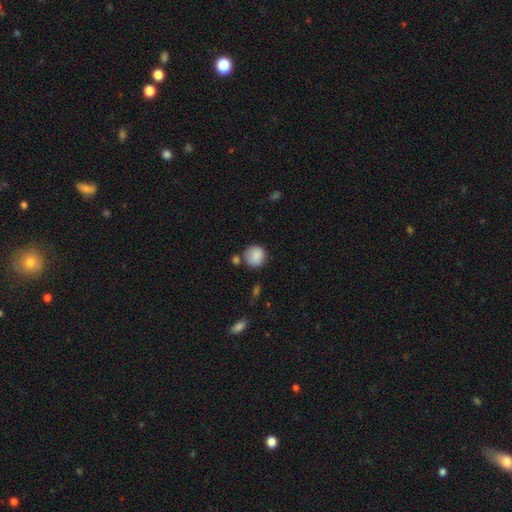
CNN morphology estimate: type=smooth (86%); roundness=round (88%); merging=none (68%).